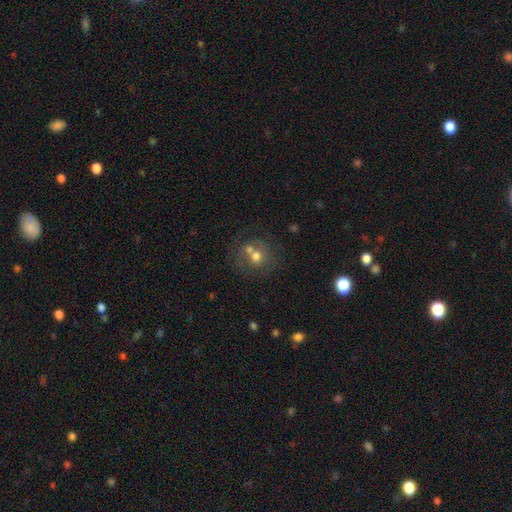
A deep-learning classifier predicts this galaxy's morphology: smooth 55%, featured or disk 31%, star or artifact 14%. Down the decision tree: how rounded — round (79%); merging — none (44%).